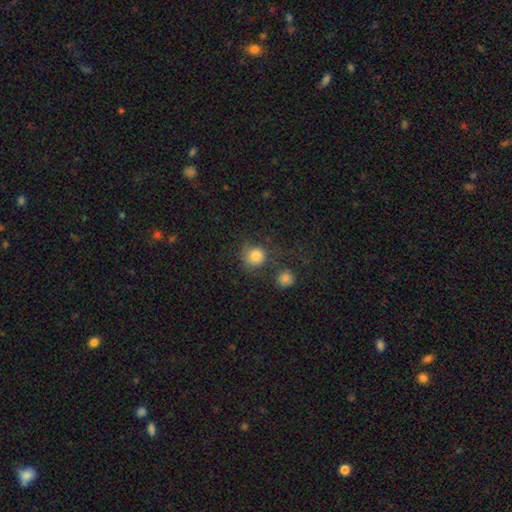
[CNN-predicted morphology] type=smooth (83%); roundness=round (89%); merging=none (62%).